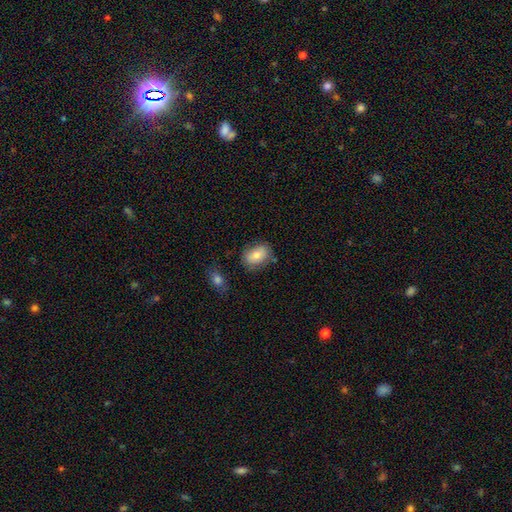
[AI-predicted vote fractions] smooth 79%, featured or disk 14%, star or artifact 7%. Down the decision tree: how rounded — in between (82%); merging — none (73%).